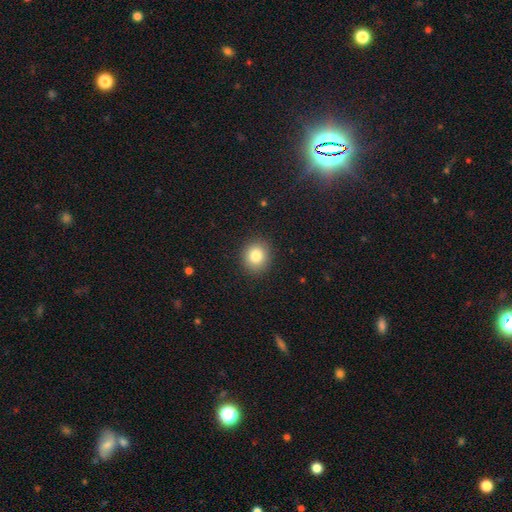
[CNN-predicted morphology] Smooth or featured?
  - smooth: 83% *
  - star or artifact: 10%
  - featured or disk: 7%
How rounded?
  - round: 81% *
  - in between: 18%
  - cigar-shaped: 1%
Merging?
  - none: 90% *
  - minor disturbance: 6%
  - major disturbance: 2%
  - merger: 1%